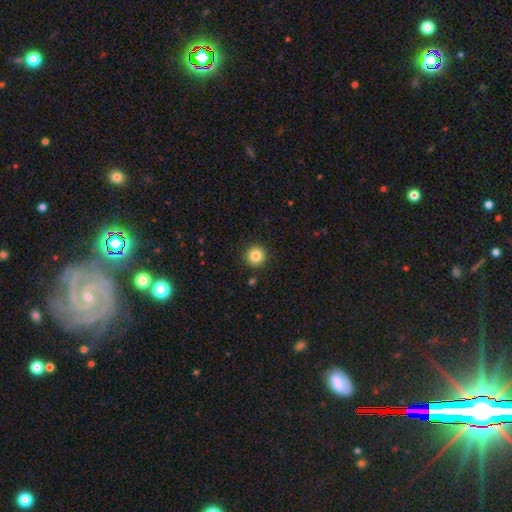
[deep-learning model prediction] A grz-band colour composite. It shows a smooth galaxy with no disk features (85%) that is round (95%). Merging: none (92%).